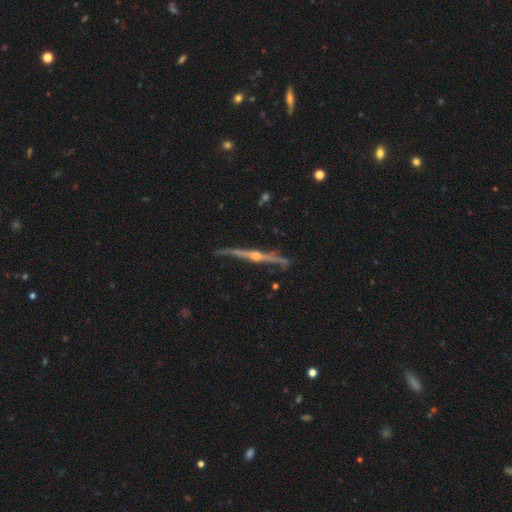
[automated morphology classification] Smooth or featured? Predicted: featured or disk (p=0.87). Edge-on disk? Predicted: yes (p=0.98). Edge-on bulge? Predicted: rounded (p=0.89). Merging? Predicted: none (p=0.85).